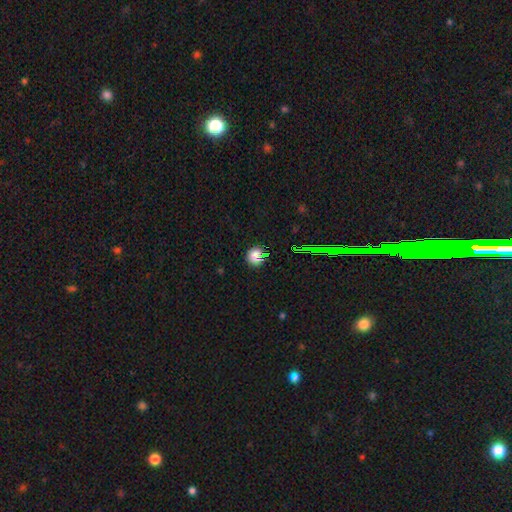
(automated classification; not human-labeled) This appears to be a smooth galaxy with no disk features (70%) that is round (87%). Merging: none (82%).